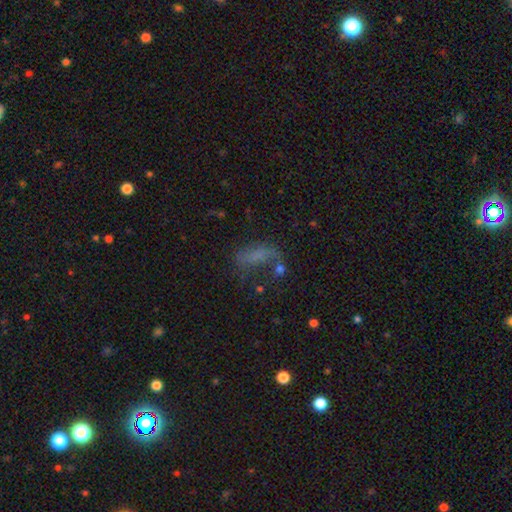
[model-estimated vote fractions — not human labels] The model was most divided on "merging": none: 35%, major disturbance: 31%, minor disturbance: 21%, merger: 13%. More confident: how rounded — in between (71%); smooth or featured — smooth (50%).